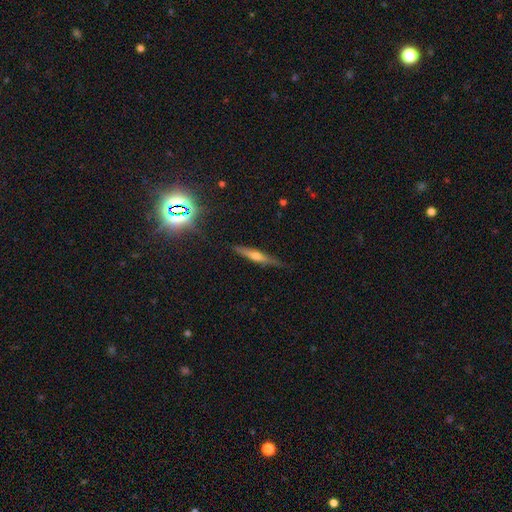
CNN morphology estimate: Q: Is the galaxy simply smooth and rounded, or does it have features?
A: featured or disk — 61%.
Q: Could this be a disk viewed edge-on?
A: yes — 96%.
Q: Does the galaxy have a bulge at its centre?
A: rounded — 86%.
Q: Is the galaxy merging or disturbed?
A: none — 85%.